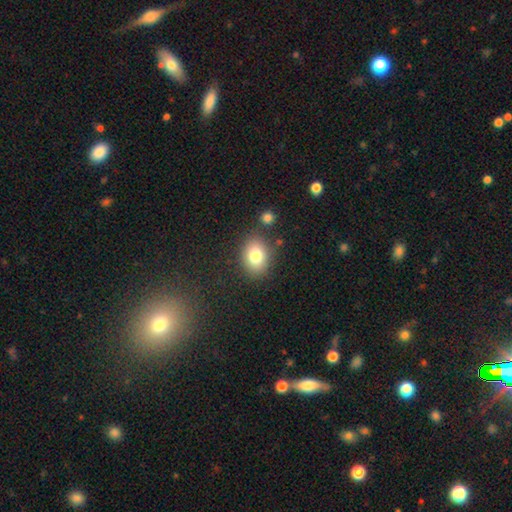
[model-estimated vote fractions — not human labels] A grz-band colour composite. It shows a smooth galaxy with no disk features (80%) that is in between round and cigar-shaped (65%). Merging: none (80%).